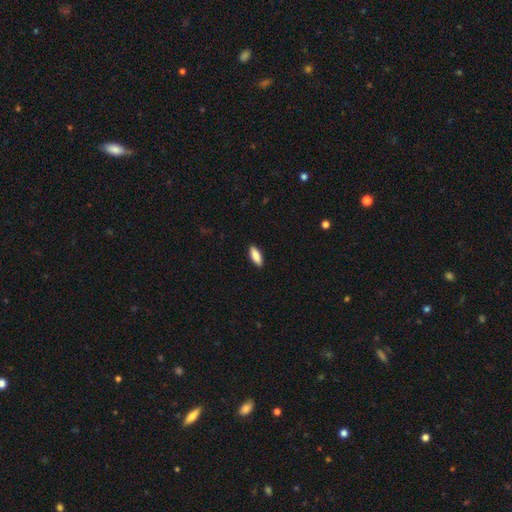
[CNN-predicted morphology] smooth_or_featured: smooth (p=0.86) [alt: featured or disk p=0.08]
how_rounded: in between (p=0.72) [alt: cigar-shaped p=0.26]
merging: none (p=0.90) [alt: minor disturbance p=0.07]